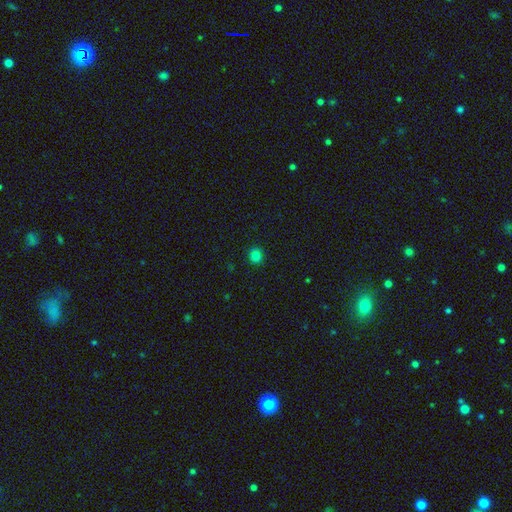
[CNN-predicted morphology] The model was most divided on "smooth or featured": smooth: 82%, star or artifact: 14%, featured or disk: 4%. More confident: merging — none (92%); how rounded — round (88%).